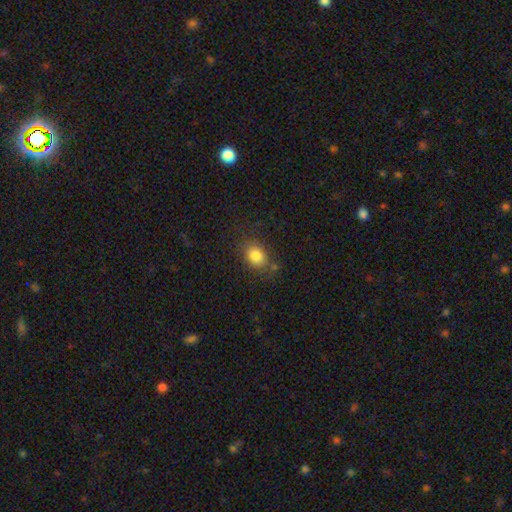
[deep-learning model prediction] This is clearly a smooth galaxy (82%). How rounded: possibly in between (58%). Merging: likely none (73%).